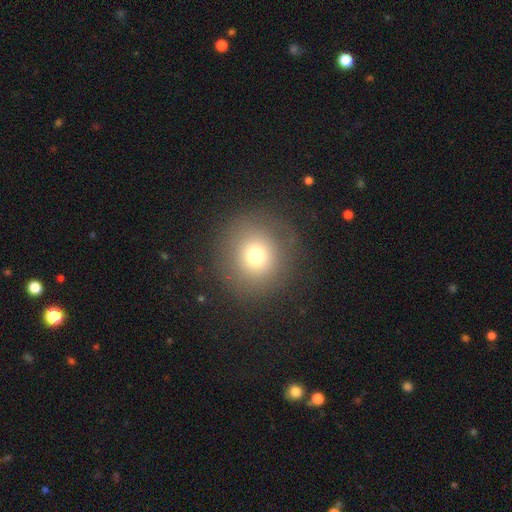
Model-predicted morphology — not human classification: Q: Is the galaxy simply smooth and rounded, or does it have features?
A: smooth — 72%.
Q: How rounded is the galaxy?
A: round — 91%.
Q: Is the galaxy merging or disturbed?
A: none — 84%.